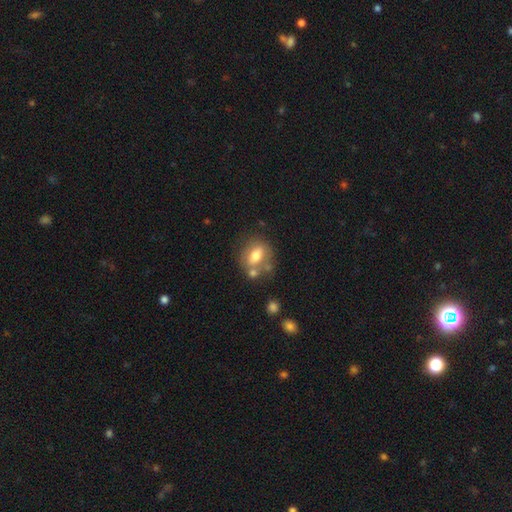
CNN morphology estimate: Overall: smooth (65%; featured or disk 27%). How rounded: in between (63%; round 33%). Merging: none (57%; merger 21%).